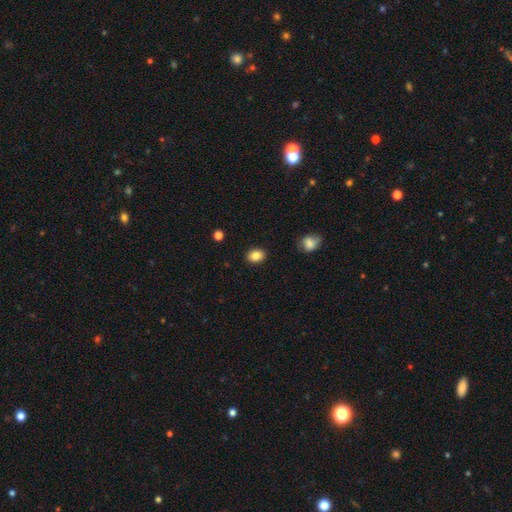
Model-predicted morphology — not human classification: Q: Smooth or featured?
A: smooth (86%); runner-up: star or artifact (9%)
Q: How rounded?
A: in between (67%); runner-up: round (32%)
Q: Merging?
A: none (88%); runner-up: minor disturbance (8%)